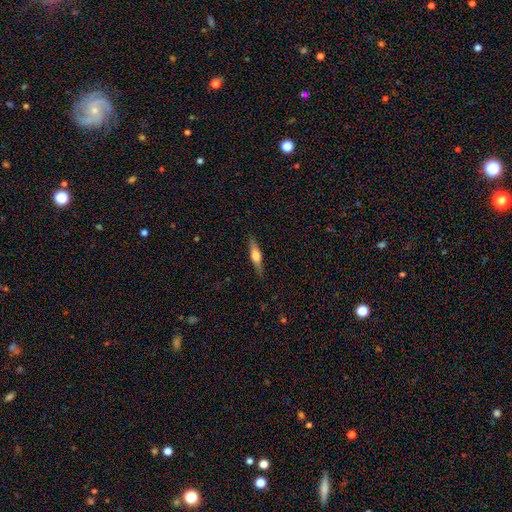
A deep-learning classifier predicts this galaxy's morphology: The model was most divided on "smooth or featured": featured or disk: 56%, smooth: 37%, star or artifact: 6%. More confident: edge-on disk — yes (96%); edge-on bulge — rounded (88%); merging — none (87%).